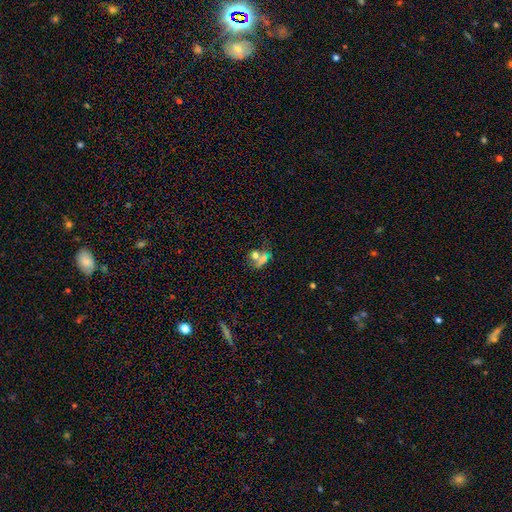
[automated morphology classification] Smooth or featured? smooth (54%)
How rounded? round (65%)
Merging? none (47%)